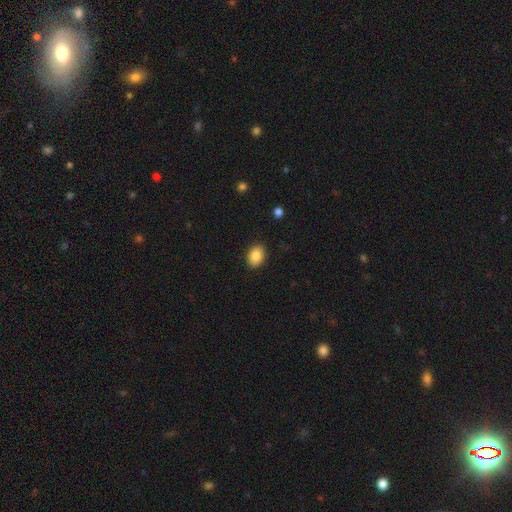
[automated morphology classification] A smooth galaxy with no disk features (87%) that is in between round and cigar-shaped (77%). Merging: none (89%).